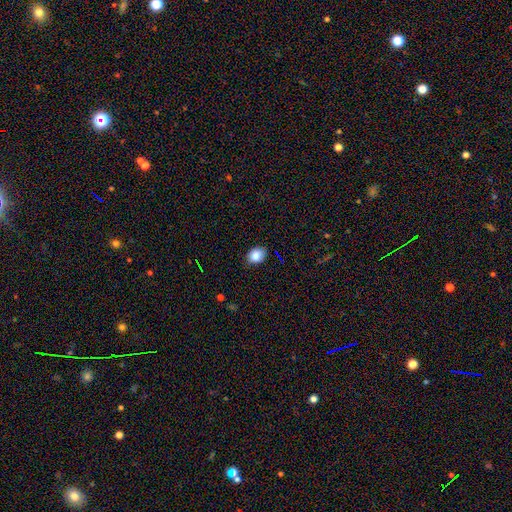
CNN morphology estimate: smooth 85%, star or artifact 9%, featured or disk 5%. Down the decision tree: how rounded — in between (64%); merging — none (82%).